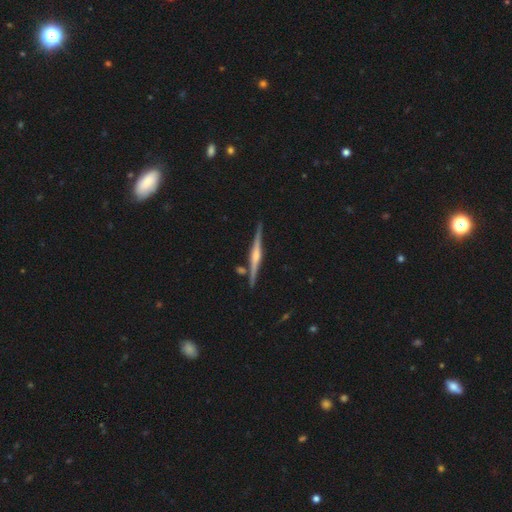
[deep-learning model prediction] Smooth or featured? Predicted: featured or disk (p=0.81). Edge-on disk? Predicted: yes (p=0.98). Edge-on bulge? Predicted: rounded (p=0.75). Merging? Predicted: none (p=0.86).